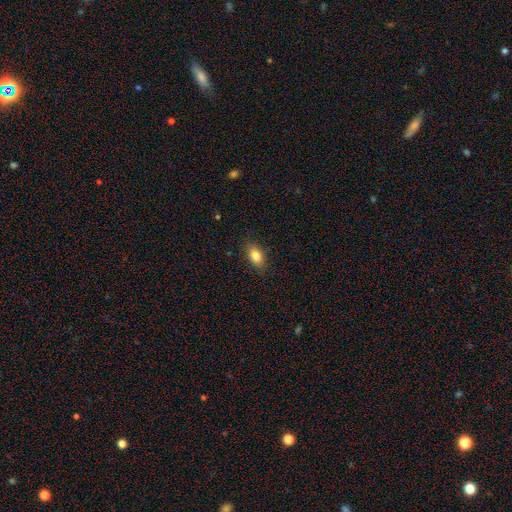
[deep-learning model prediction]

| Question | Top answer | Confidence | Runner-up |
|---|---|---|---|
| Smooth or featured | smooth | 84% | star or artifact (8%) |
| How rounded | in between | 86% | round (10%) |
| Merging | none | 84% | minor disturbance (12%) |